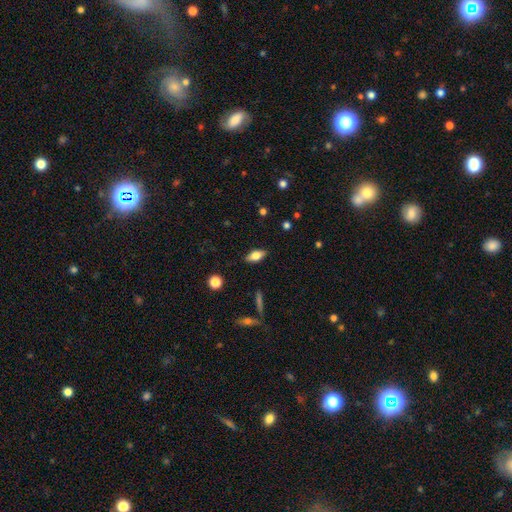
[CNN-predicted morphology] A smooth galaxy with no disk features (69%) that is in between round and cigar-shaped (84%).

Vote fractions:
- Smooth or featured? smooth: 69% / featured or disk: 23% / star or artifact: 8%
- How rounded? in between: 84% / cigar-shaped: 13% / round: 3%
- Merging? none: 87% / minor disturbance: 10% / major disturbance: 2% / merger: 1%